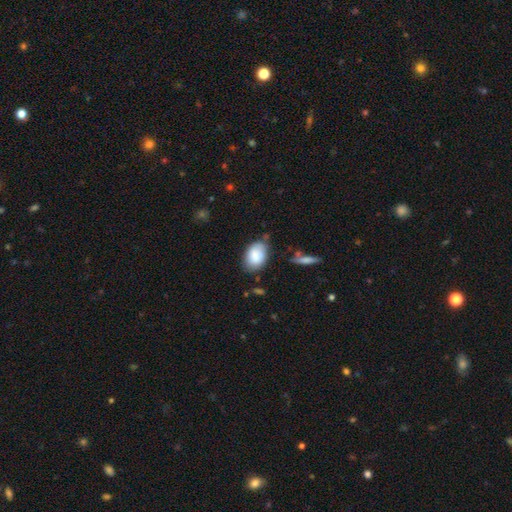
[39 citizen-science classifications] A smooth galaxy with no disk features (82%) that is in between round and cigar-shaped (91%).

Vote fractions:
- Smooth or featured? smooth: 82% / featured or disk: 15% / star or artifact: 3%
- How rounded? in between: 91% / round: 6% / cigar-shaped: 3%
- Merging? none: 87% / minor disturbance: 8% / major disturbance: 3% / merger: 3%